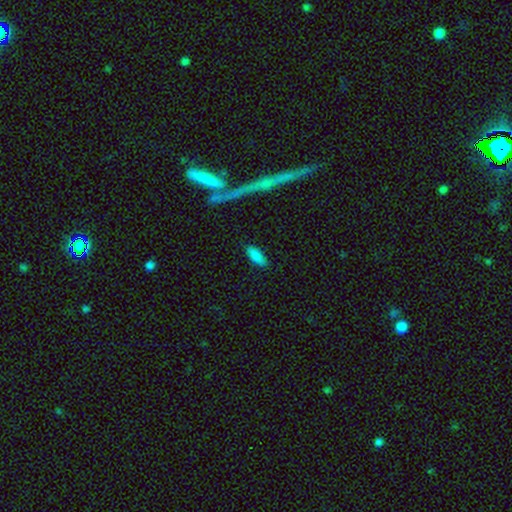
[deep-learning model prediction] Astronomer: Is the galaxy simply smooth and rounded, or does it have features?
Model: smooth — 86%.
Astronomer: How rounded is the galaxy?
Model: in between — 73%.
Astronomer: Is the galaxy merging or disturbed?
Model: none — 85%.